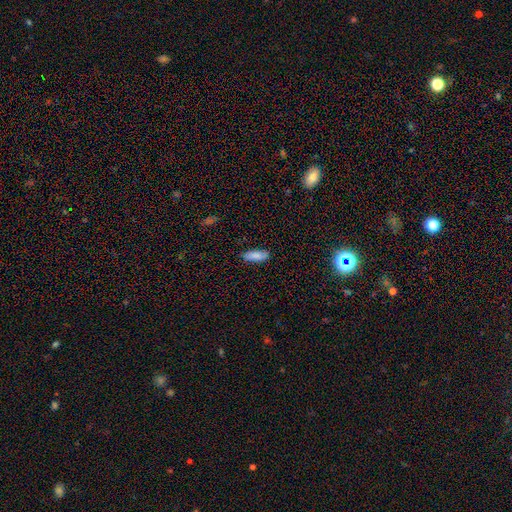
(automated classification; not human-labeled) A smooth galaxy with no disk features (84%) that is in between round and cigar-shaped (66%). Merging: none (80%).